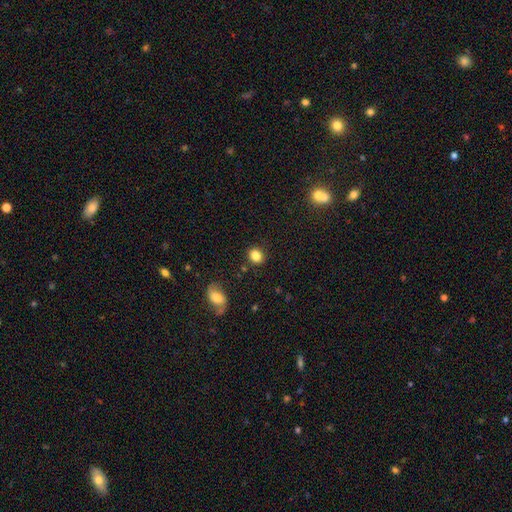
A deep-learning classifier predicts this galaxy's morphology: This appears to be a smooth galaxy with no disk features (84%) that is round (68%). Merging: none (85%).